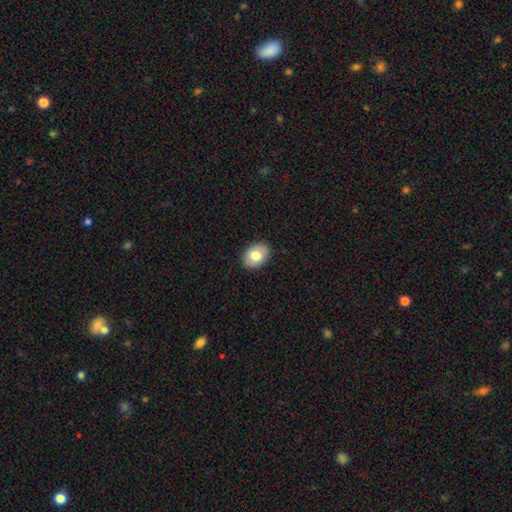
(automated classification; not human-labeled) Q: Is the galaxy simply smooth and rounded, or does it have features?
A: smooth — 78%.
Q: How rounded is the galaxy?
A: in between — 76%.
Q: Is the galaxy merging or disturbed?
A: none — 89%.